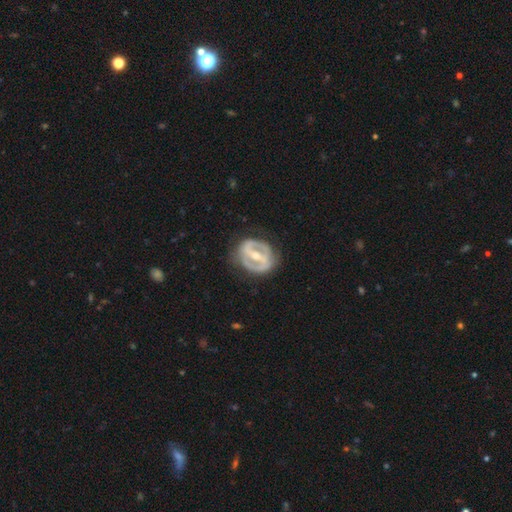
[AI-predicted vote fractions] Smooth or featured? Predicted: featured or disk (p=0.79). Edge-on disk? Predicted: no (p=0.94). Bar? Predicted: strong (p=0.69). Spiral arms? Predicted: no (p=0.58). Bulge size? Predicted: moderate (p=0.60). Merging? Predicted: none (p=0.75).